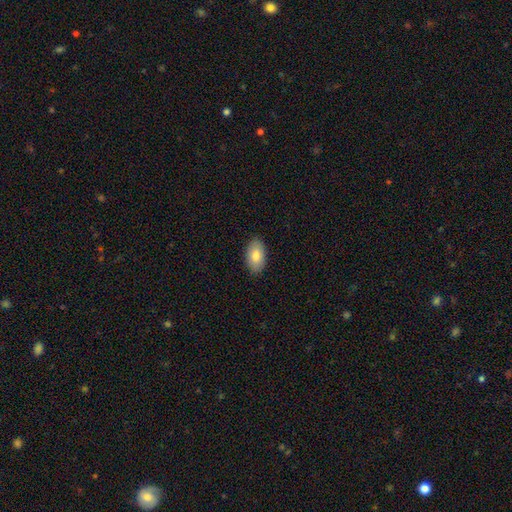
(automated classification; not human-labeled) Overall: smooth (83%). How rounded: in between (93%). Merging: none (89%).